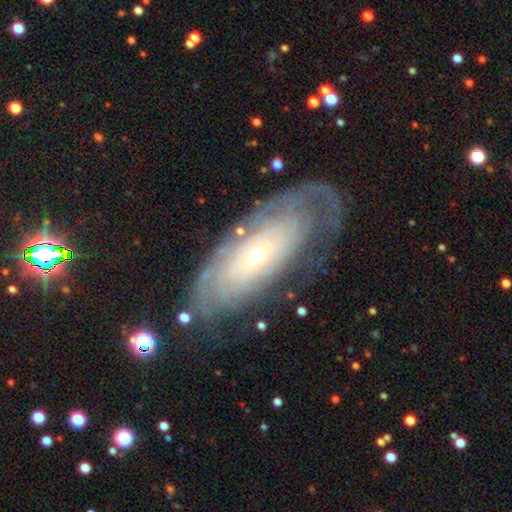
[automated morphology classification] Smooth or featured? Predicted: featured or disk (p=0.79). Edge-on disk? Predicted: no (p=0.90). Bar? Predicted: no (p=0.76). Spiral arms? Predicted: yes (p=0.87). Spiral winding? Predicted: tight (p=0.77). Spiral arm count? Predicted: can't tell (p=0.60). Bulge size? Predicted: small (p=0.73). Merging? Predicted: none (p=0.68).